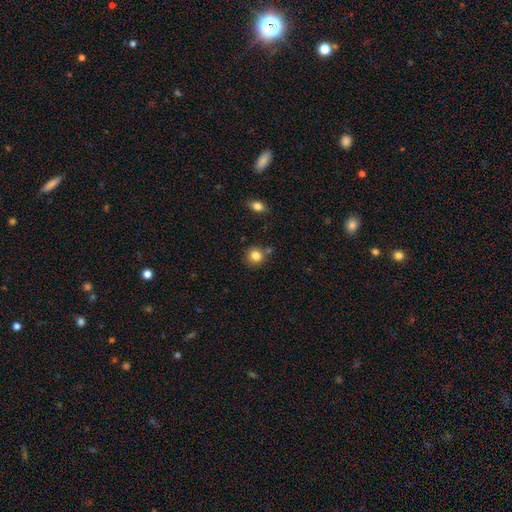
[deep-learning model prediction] A smooth galaxy with no disk features (83%) that is round (88%). Merging: none (76%).